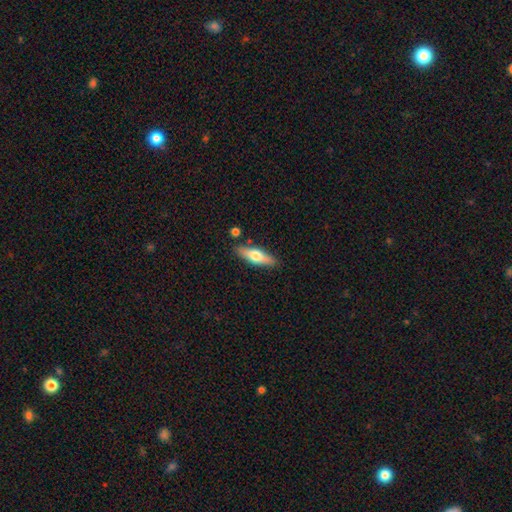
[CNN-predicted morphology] Smooth or featured?
  - smooth: 53% *
  - featured or disk: 41%
  - star or artifact: 6%
How rounded?
  - cigar-shaped: 55% *
  - in between: 43%
  - round: 3%
Merging?
  - none: 84% *
  - minor disturbance: 10%
  - merger: 4%
  - major disturbance: 2%